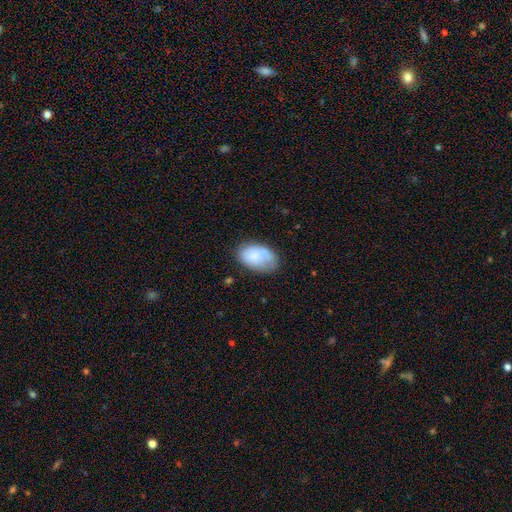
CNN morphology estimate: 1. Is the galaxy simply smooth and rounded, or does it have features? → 72% smooth, 20% featured or disk, 7% star or artifact.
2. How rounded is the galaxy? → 90% in between, 9% round, 1% cigar-shaped.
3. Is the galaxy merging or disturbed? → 59% none, 27% minor disturbance, 9% major disturbance, 6% merger.